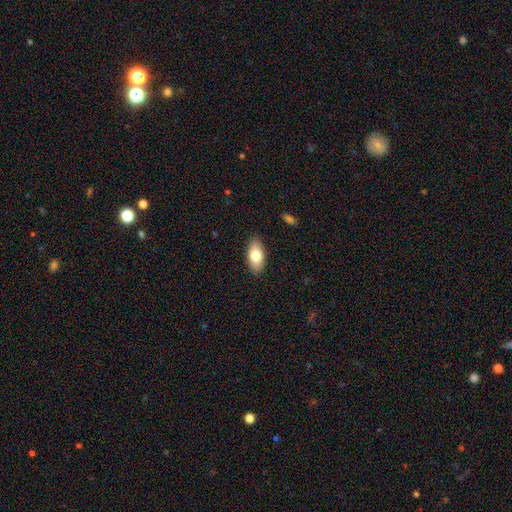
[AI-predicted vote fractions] smooth 78%, featured or disk 16%, star or artifact 7%. Down the decision tree: how rounded — in between (91%); merging — none (88%).